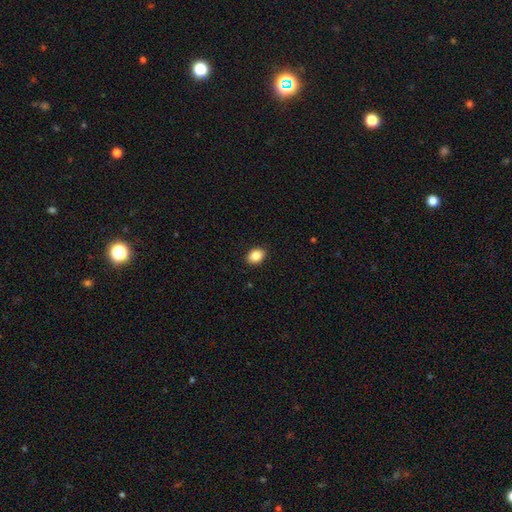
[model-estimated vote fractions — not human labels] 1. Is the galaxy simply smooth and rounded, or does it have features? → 87% smooth, 9% star or artifact, 5% featured or disk.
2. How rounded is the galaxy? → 70% in between, 29% round, 1% cigar-shaped.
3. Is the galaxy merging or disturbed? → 90% none, 7% minor disturbance, 2% major disturbance, 1% merger.